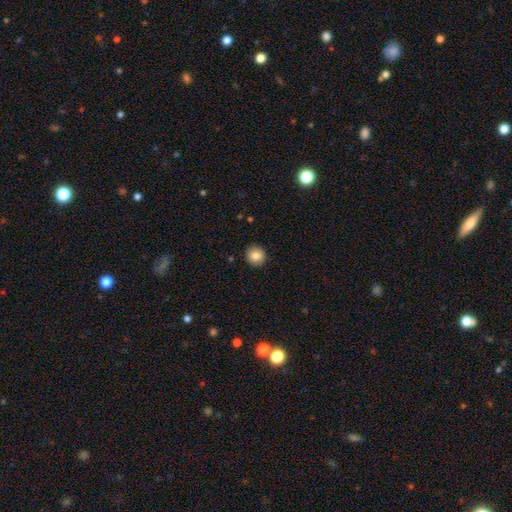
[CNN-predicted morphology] type=smooth (85%); roundness=round (92%); merging=none (92%).